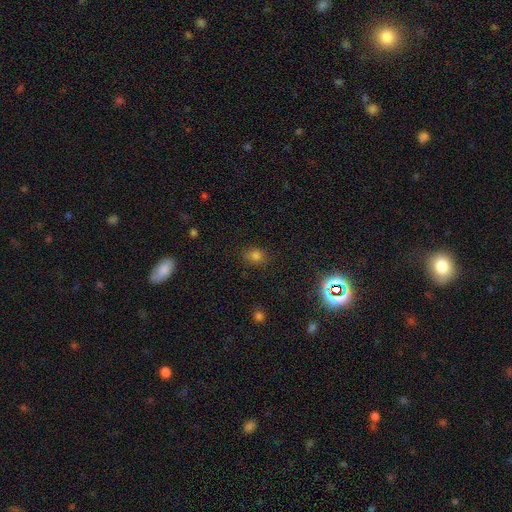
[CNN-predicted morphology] The model was most divided on "how rounded": round: 59%, in between: 40%, cigar-shaped: 1%. More confident: merging — none (81%); smooth or featured — smooth (75%).